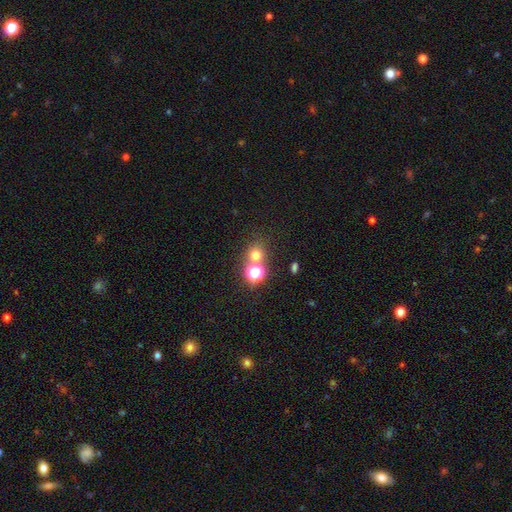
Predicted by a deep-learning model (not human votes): smooth 66%, star or artifact 26%, featured or disk 8%. Down the decision tree: how rounded — round (85%); merging — none (64%).